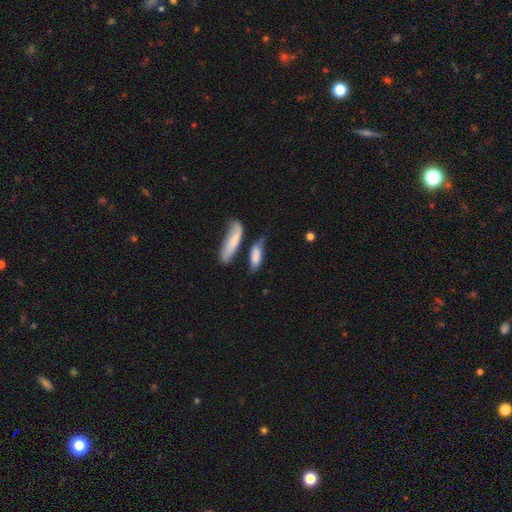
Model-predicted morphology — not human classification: Q: Smooth or featured?
A: smooth (72%); runner-up: featured or disk (21%)
Q: How rounded?
A: in between (51%); runner-up: cigar-shaped (46%)
Q: Merging?
A: none (43%); runner-up: minor disturbance (23%)